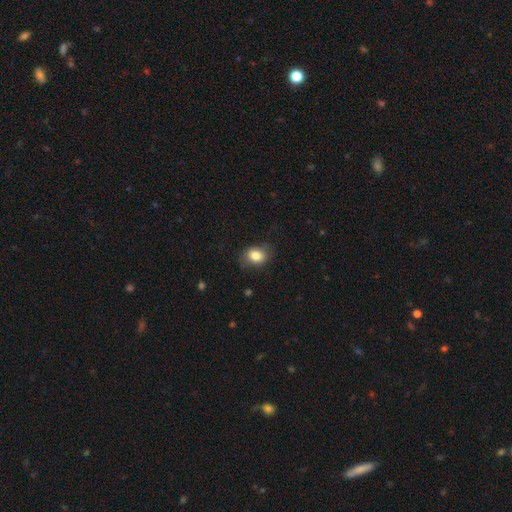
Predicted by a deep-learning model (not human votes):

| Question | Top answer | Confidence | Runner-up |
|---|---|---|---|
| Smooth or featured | smooth | 82% | star or artifact (9%) |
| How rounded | in between | 57% | round (42%) |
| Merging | none | 75% | minor disturbance (18%) |